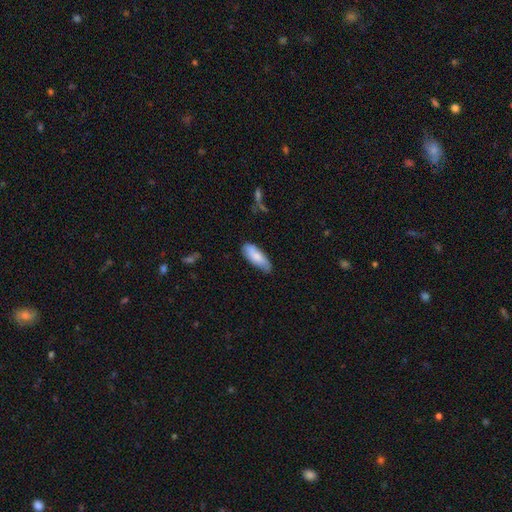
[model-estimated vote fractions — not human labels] Smooth or featured?
  - smooth: 80% *
  - featured or disk: 14%
  - star or artifact: 6%
How rounded?
  - in between: 66% *
  - cigar-shaped: 33%
  - round: 2%
Merging?
  - none: 70% *
  - minor disturbance: 24%
  - major disturbance: 4%
  - merger: 2%